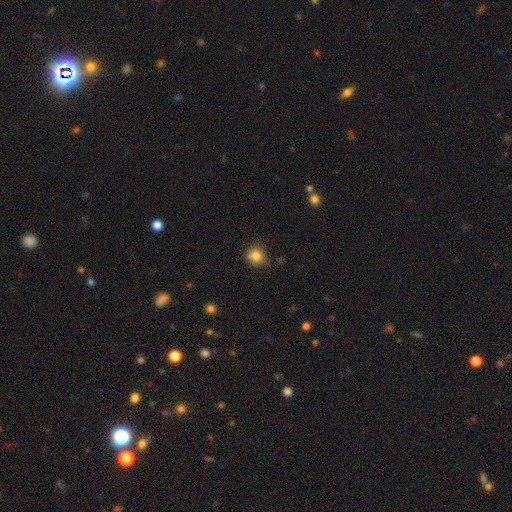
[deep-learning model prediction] Q: Smooth or featured?
A: smooth (81%); runner-up: star or artifact (11%)
Q: How rounded?
A: round (83%); runner-up: in between (16%)
Q: Merging?
A: none (68%); runner-up: minor disturbance (20%)